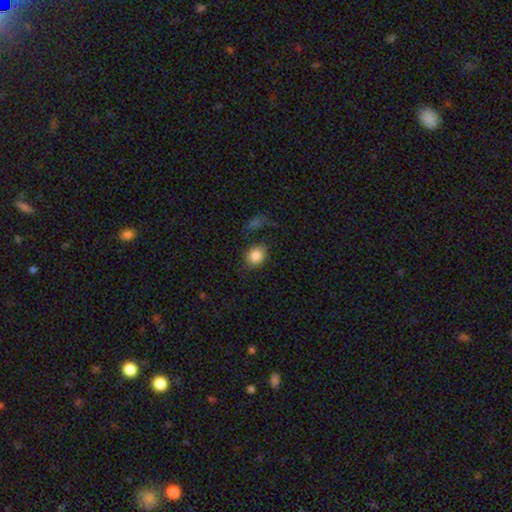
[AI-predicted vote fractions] A smooth galaxy with no disk features (85%) that is round (51%).

Vote fractions:
- Smooth or featured? smooth: 85% / star or artifact: 9% / featured or disk: 6%
- How rounded? round: 51% / in between: 48% / cigar-shaped: 1%
- Merging? none: 73% / minor disturbance: 17% / major disturbance: 6% / merger: 4%